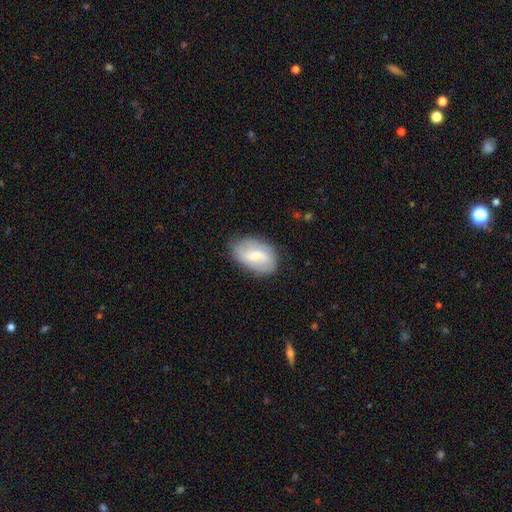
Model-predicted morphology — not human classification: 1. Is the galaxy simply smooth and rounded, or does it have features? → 50% featured or disk, 43% smooth, 7% star or artifact.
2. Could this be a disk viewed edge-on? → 96% no, 4% yes.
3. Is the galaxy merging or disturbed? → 74% none, 19% minor disturbance, 6% major disturbance, 1% merger.